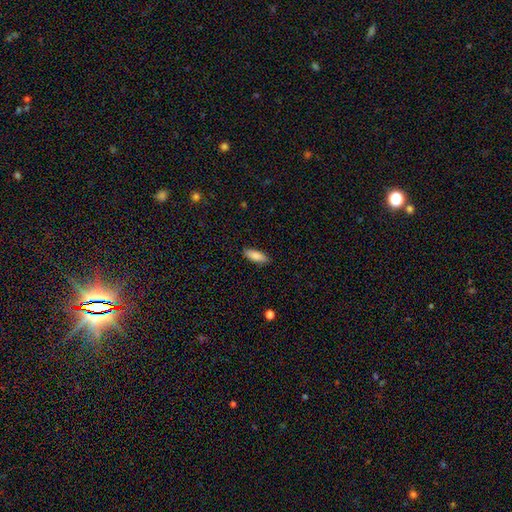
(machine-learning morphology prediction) A smooth galaxy with no disk features (86%) that is in between round and cigar-shaped (69%).

Vote fractions:
- Smooth or featured? smooth: 86% / featured or disk: 8% / star or artifact: 6%
- How rounded? in between: 69% / cigar-shaped: 29% / round: 2%
- Merging? none: 88% / minor disturbance: 9% / major disturbance: 2% / merger: 1%